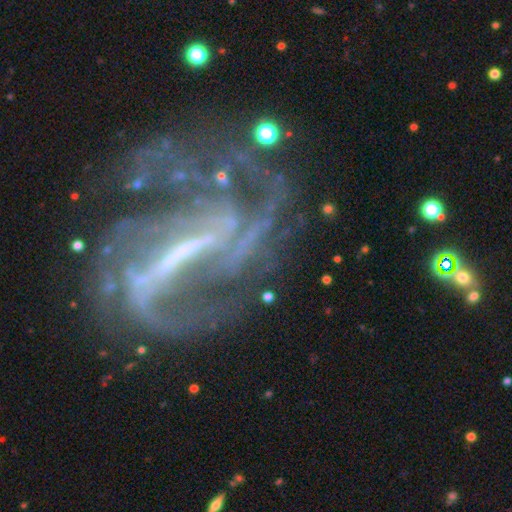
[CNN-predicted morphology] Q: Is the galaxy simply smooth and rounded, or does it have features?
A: featured or disk — 88%.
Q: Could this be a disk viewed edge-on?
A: no — 95%.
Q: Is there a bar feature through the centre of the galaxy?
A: strong — 72%.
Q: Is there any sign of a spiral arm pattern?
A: yes — 92%.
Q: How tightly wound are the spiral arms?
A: medium — 43%.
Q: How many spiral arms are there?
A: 2 — 34%.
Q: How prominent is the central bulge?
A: small — 44%.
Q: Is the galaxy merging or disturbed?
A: none — 49%.